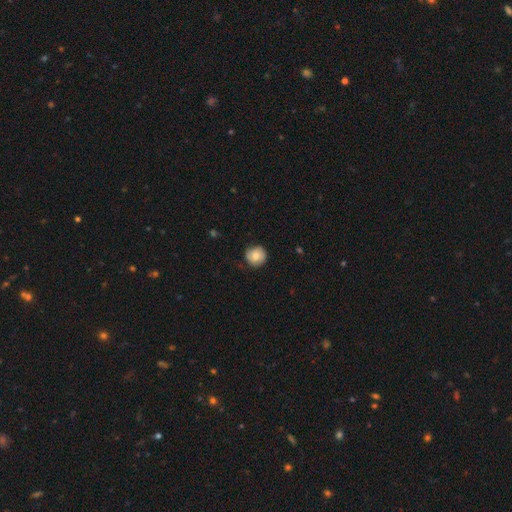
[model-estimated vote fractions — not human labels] smooth 74%, featured or disk 18%, star or artifact 8%. Down the decision tree: how rounded — round (92%); merging — none (82%).